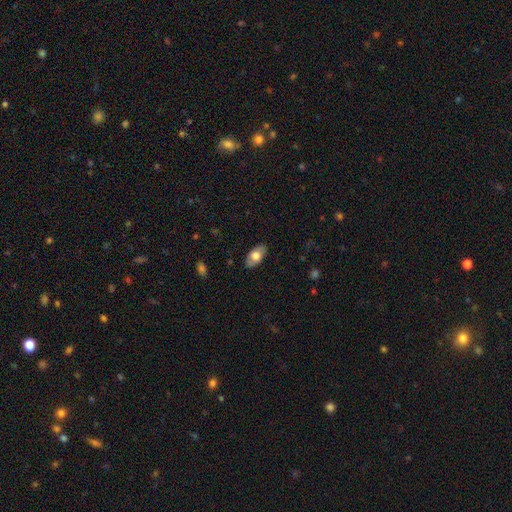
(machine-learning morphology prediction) Smooth or featured: smooth — 66% (featured or disk — 28%)
How rounded: in between — 94% (round — 4%)
Merging: none — 85% (minor disturbance — 12%)